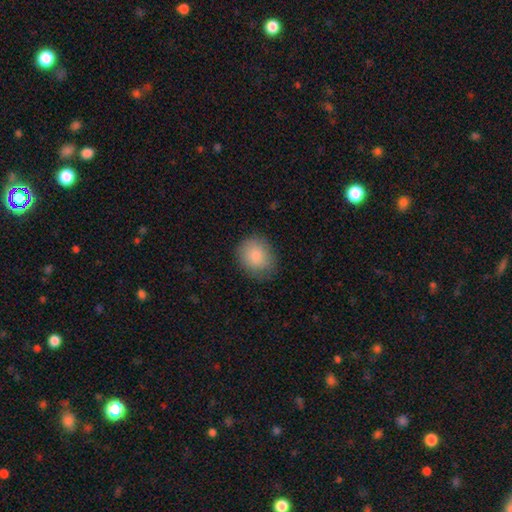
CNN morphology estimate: smooth 86%, star or artifact 7%, featured or disk 7%. Down the decision tree: how rounded — round (63%); merging — none (79%).